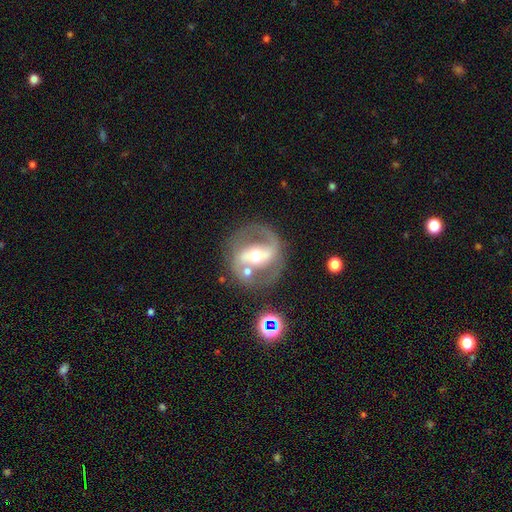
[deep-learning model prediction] This appears to be a featured or disk galaxy (80%) with a strong bar (56%), 2 (84%) medium (52%) spiral arms (74%) and a moderate central bulge (68%). Merging: none (70%).